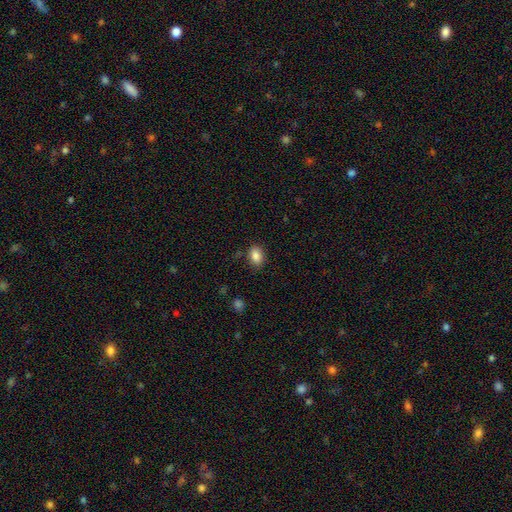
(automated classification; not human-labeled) Q: Smooth or featured?
A: smooth (86%); runner-up: star or artifact (9%)
Q: How rounded?
A: in between (78%); runner-up: round (20%)
Q: Merging?
A: none (83%); runner-up: minor disturbance (12%)